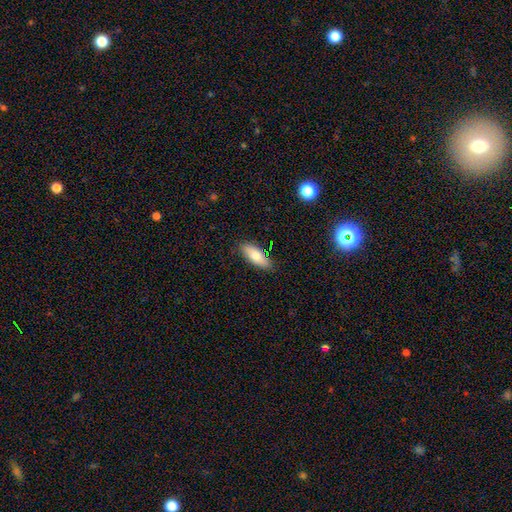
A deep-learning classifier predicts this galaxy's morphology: A smooth galaxy with no disk features (75%) that is in between round and cigar-shaped (74%).

Vote fractions:
- Smooth or featured? smooth: 75% / featured or disk: 19% / star or artifact: 7%
- How rounded? in between: 74% / cigar-shaped: 24% / round: 2%
- Merging? none: 85% / minor disturbance: 11% / major disturbance: 2% / merger: 2%